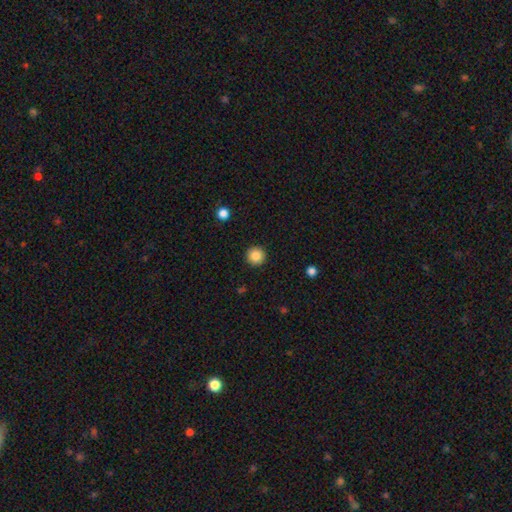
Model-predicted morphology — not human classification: smooth 85%, star or artifact 10%, featured or disk 5%. Down the decision tree: how rounded — round (96%); merging — none (93%).